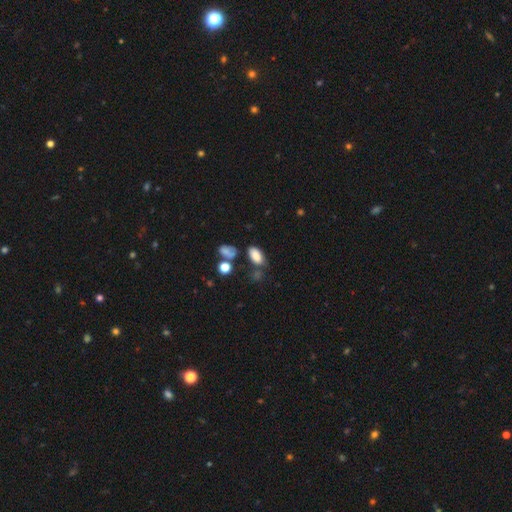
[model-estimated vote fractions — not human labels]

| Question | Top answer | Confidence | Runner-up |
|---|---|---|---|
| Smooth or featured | smooth | 81% | star or artifact (11%) |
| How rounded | in between | 90% | round (6%) |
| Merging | none | 56% | minor disturbance (21%) |